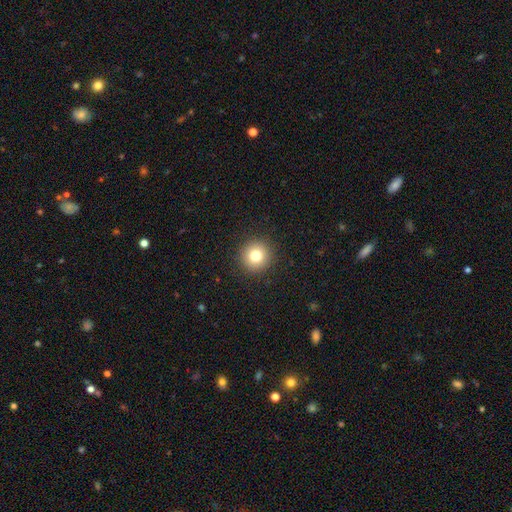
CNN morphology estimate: The model was most divided on "smooth or featured": smooth: 80%, star or artifact: 12%, featured or disk: 9%. More confident: how rounded — round (95%); merging — none (92%).